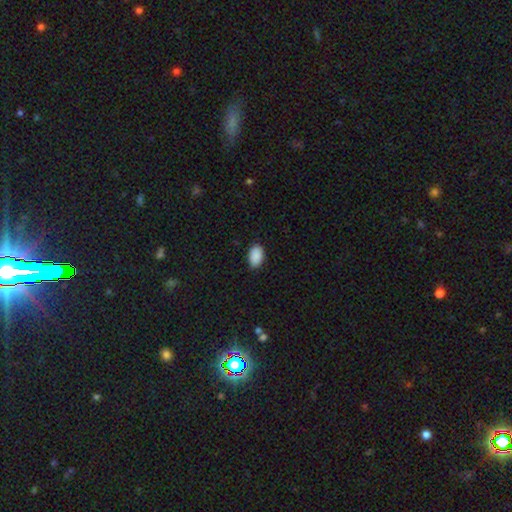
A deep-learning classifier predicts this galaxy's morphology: Q: Smooth or featured?
A: smooth (90%); runner-up: star or artifact (7%)
Q: How rounded?
A: in between (91%); runner-up: round (8%)
Q: Merging?
A: none (84%); runner-up: minor disturbance (12%)